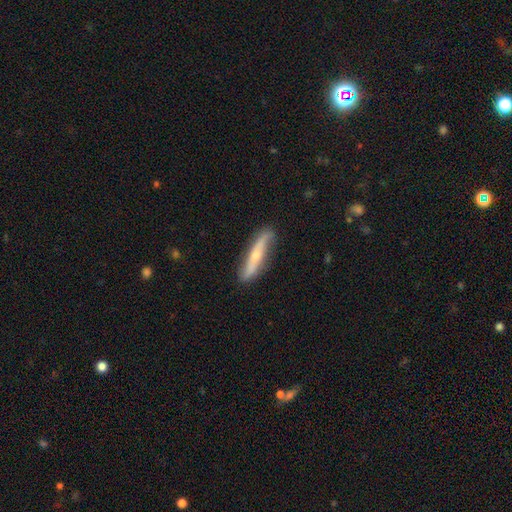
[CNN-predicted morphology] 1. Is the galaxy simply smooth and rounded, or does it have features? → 60% featured or disk, 34% smooth, 6% star or artifact.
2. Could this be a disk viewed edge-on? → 69% yes, 31% no.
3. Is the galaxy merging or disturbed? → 79% none, 16% minor disturbance, 3% major disturbance, 2% merger.